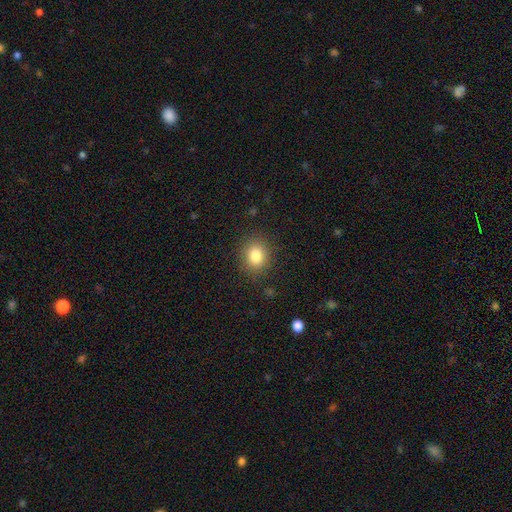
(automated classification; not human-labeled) A smooth galaxy with no disk features (82%) that is round (66%).

Vote fractions:
- Smooth or featured? smooth: 82% / star or artifact: 11% / featured or disk: 7%
- How rounded? round: 66% / in between: 33% / cigar-shaped: 1%
- Merging? none: 87% / minor disturbance: 9% / major disturbance: 3% / merger: 1%